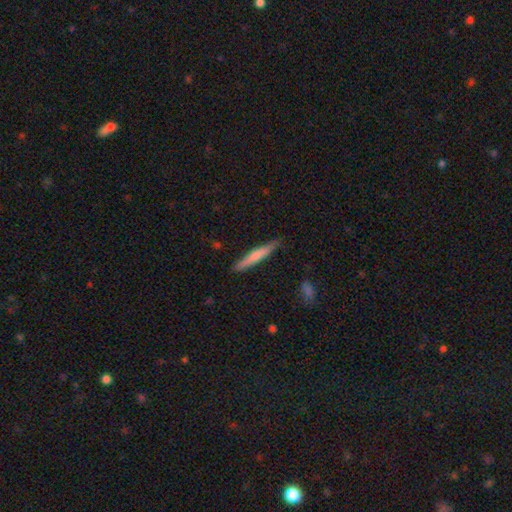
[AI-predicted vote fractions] smooth-or-featured: smooth: 62% | featured or disk: 33% | star or artifact: 5%
  how-rounded: cigar-shaped: 94% | in between: 5% | round: 1%
  merging: none: 86% | minor disturbance: 11% | major disturbance: 2% | merger: 1%